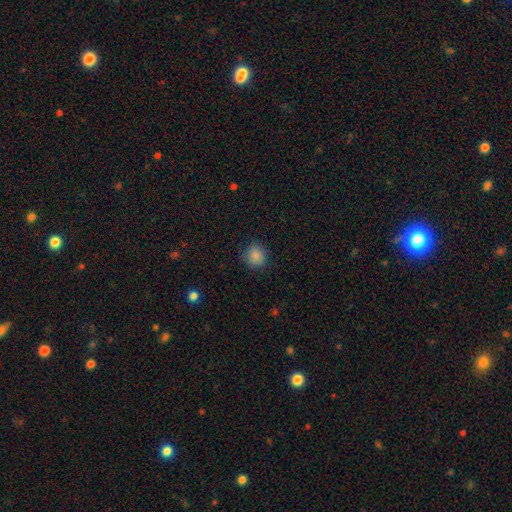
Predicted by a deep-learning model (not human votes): Overall: smooth (86%). How rounded: round (83%). Merging: none (84%).